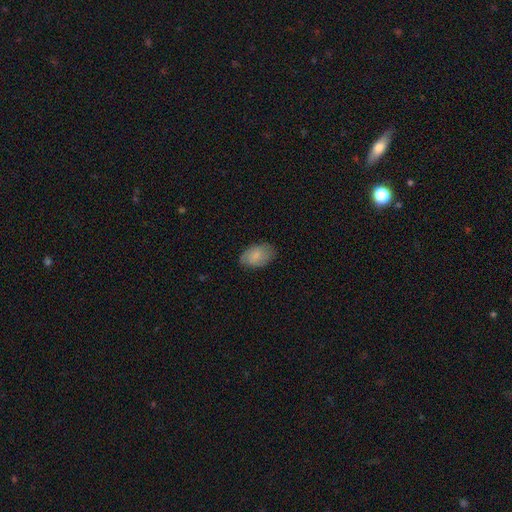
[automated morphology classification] Overall: smooth (78%). How rounded: in between (92%). Merging: none (75%).